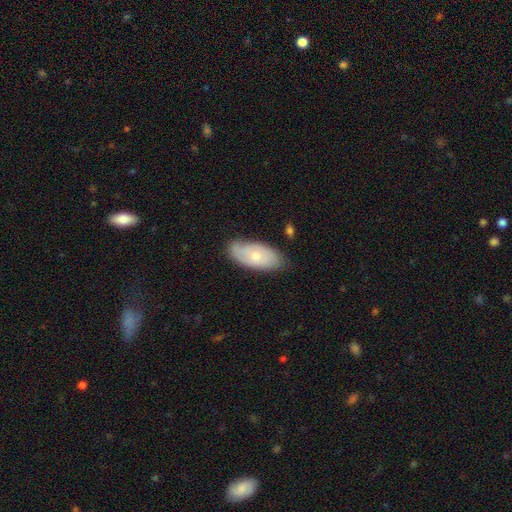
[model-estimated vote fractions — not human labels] Smooth or featured?
  - smooth: 50% *
  - featured or disk: 43%
  - star or artifact: 6%
How rounded?
  - in between: 91% *
  - cigar-shaped: 6%
  - round: 3%
Merging?
  - none: 73% *
  - minor disturbance: 21%
  - major disturbance: 4%
  - merger: 2%